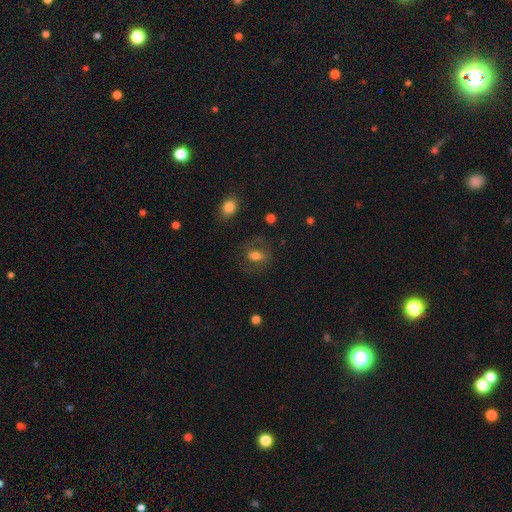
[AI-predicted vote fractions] Smooth or featured?
  - smooth: 59% *
  - featured or disk: 31%
  - star or artifact: 10%
How rounded?
  - in between: 65% *
  - round: 32%
  - cigar-shaped: 2%
Merging?
  - none: 69% *
  - minor disturbance: 16%
  - major disturbance: 14%
  - merger: 2%